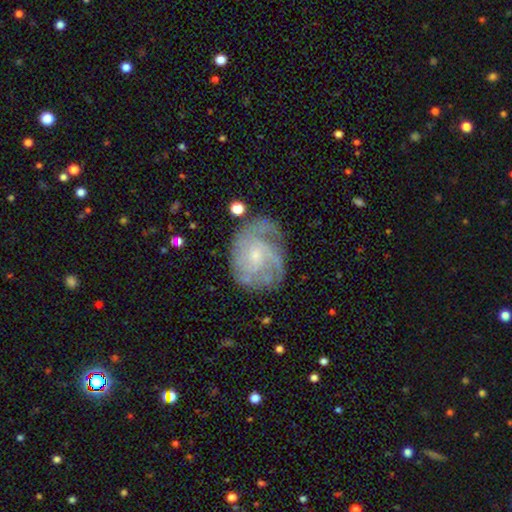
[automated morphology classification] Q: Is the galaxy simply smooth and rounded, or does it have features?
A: featured or disk — 80%.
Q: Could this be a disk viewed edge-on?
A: no — 98%.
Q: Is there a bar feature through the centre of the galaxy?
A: no — 67%.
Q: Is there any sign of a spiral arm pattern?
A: yes — 92%.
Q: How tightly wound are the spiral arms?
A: tight — 54%.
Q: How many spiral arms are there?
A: can't tell — 33%.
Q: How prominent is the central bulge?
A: small — 68%.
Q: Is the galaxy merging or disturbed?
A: none — 64%.